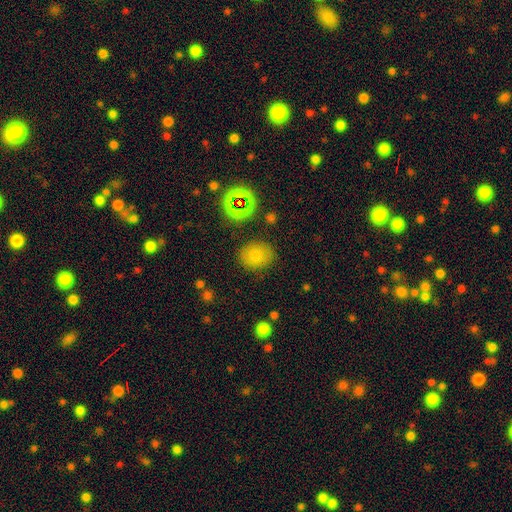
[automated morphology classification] The model was most divided on "how rounded": round: 62%, in between: 37%, cigar-shaped: 1%. More confident: merging — none (83%); smooth or featured — smooth (75%).